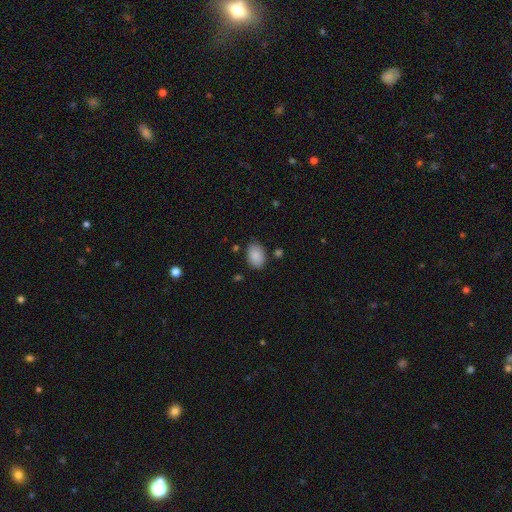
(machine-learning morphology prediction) The model was most divided on "merging": none: 82%, minor disturbance: 12%, major disturbance: 3%, merger: 3%. More confident: smooth or featured — smooth (89%); how rounded — in between (87%).